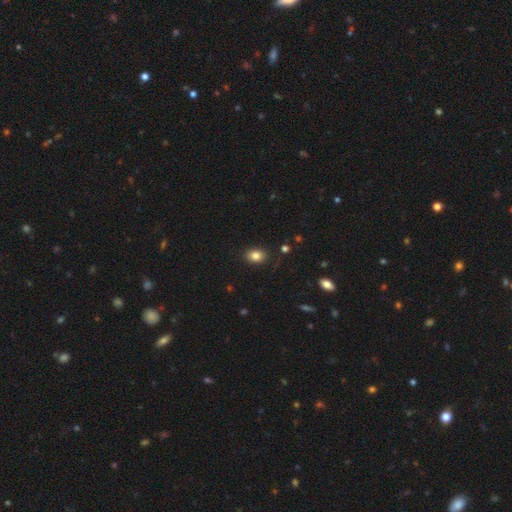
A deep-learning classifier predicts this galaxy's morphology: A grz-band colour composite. It shows a smooth galaxy with no disk features (83%) that is in between round and cigar-shaped (67%). Merging: none (85%).